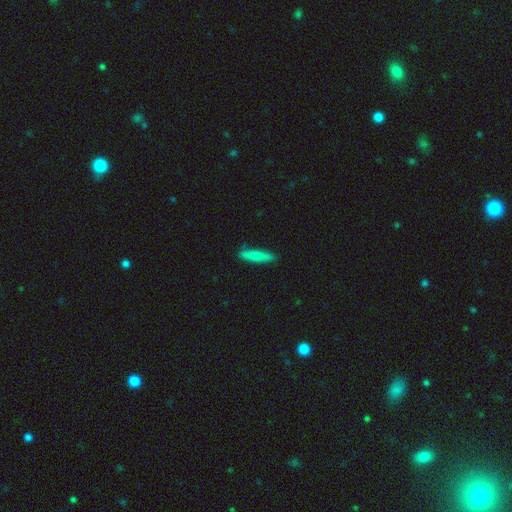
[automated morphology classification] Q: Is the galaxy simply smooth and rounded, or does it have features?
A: smooth — 81%.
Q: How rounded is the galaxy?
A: cigar-shaped — 84%.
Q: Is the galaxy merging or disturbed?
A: none — 87%.